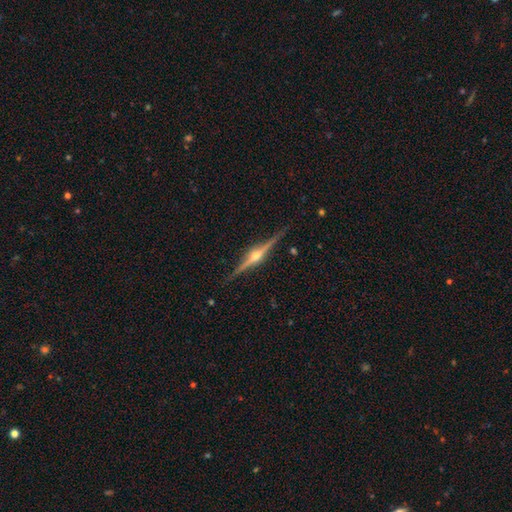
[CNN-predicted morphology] This appears to be a featured or disk galaxy (88%) viewed edge-on (98%) with a rounded central bulge (94%). Merging: none (90%).